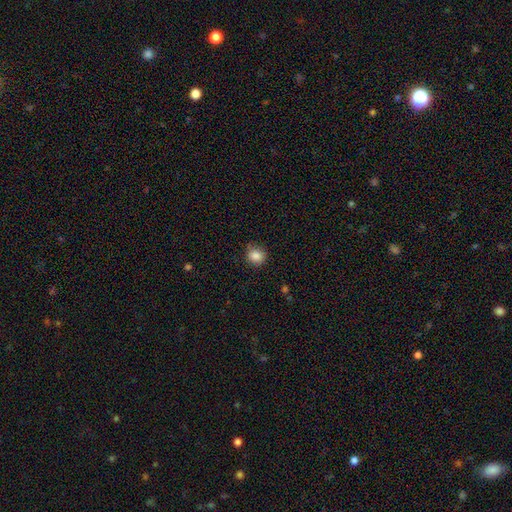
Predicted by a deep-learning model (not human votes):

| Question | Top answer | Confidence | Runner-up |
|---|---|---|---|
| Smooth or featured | smooth | 86% | star or artifact (10%) |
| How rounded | round | 84% | in between (15%) |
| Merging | none | 80% | minor disturbance (15%) |